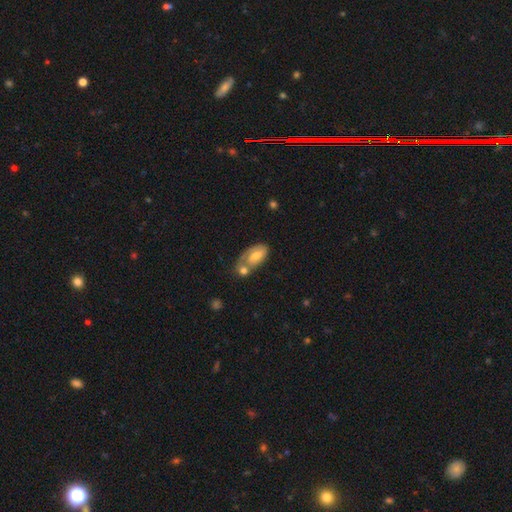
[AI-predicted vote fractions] A smooth galaxy with no disk features (47%). Merging: merger (43%).